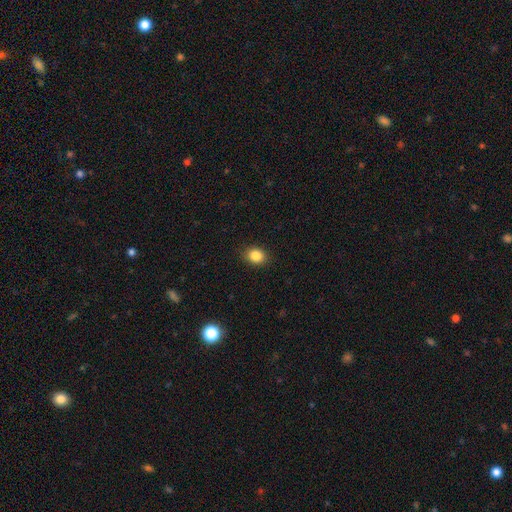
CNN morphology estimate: Smooth or featured? smooth (86%)
How rounded? in between (50%)
Merging? none (88%)